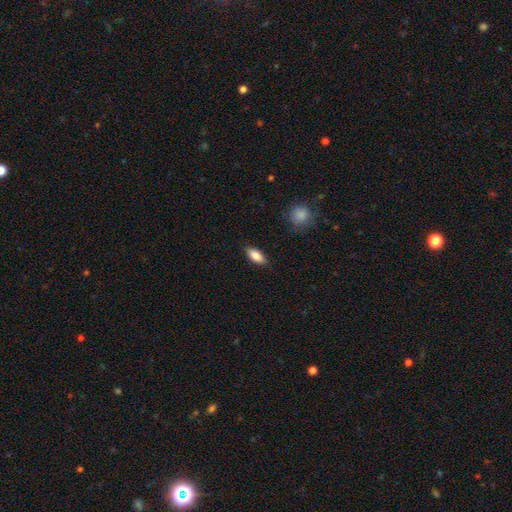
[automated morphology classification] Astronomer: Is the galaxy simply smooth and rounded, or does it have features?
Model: smooth — 86%.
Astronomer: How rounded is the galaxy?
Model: in between — 87%.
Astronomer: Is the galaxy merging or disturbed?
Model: none — 85%.